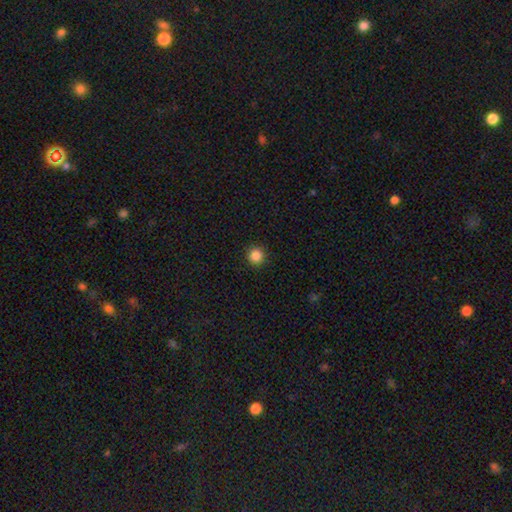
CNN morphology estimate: This is clearly a smooth galaxy (86%). How rounded: clearly round (96%). Merging: clearly none (93%).